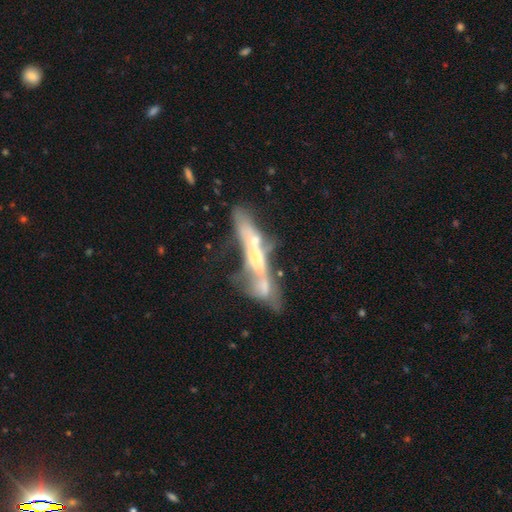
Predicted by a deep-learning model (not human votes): Q: Smooth or featured?
A: featured or disk (62%); runner-up: smooth (28%)
Q: Edge-on disk?
A: no (59%); runner-up: yes (41%)
Q: Merging?
A: merger (48%); runner-up: none (20%)